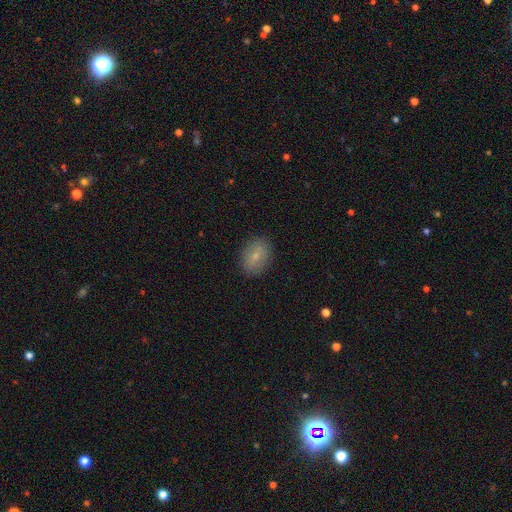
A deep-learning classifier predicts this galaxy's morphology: Smooth or featured? smooth (75%)
How rounded? in between (78%)
Merging? none (87%)